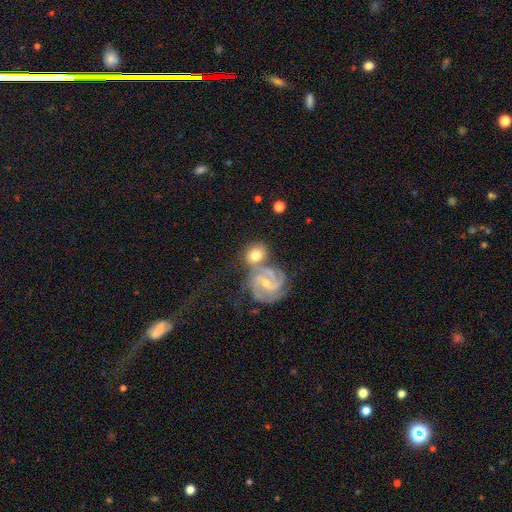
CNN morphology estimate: type=featured or disk (52%); edge-on=no (96%); bar=weak (45%); spiral arms=yes (93%); bulge=moderate (52%); merging=none (50%).